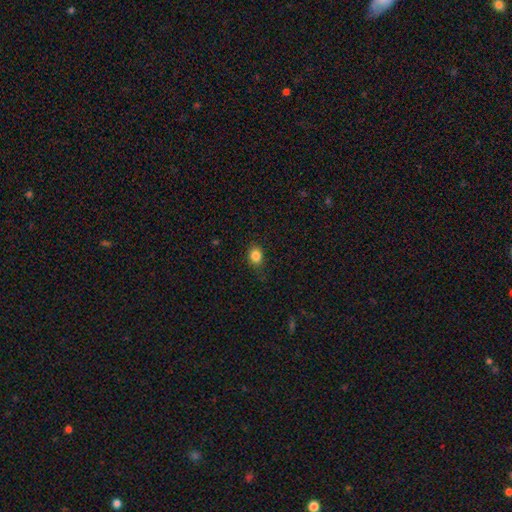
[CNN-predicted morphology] Smooth or featured? smooth (84%)
How rounded? round (52%)
Merging? none (79%)